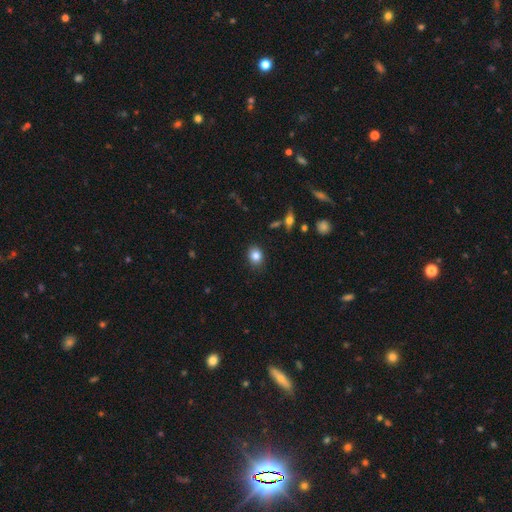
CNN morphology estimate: Overall: smooth (84%). How rounded: round (50%; in between 49%). Merging: none (86%).